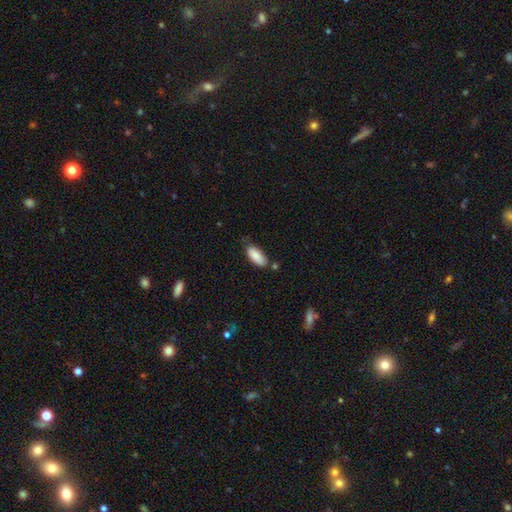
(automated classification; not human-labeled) smooth 86%, featured or disk 8%, star or artifact 6%. Down the decision tree: how rounded — in between (85%); merging — none (67%).